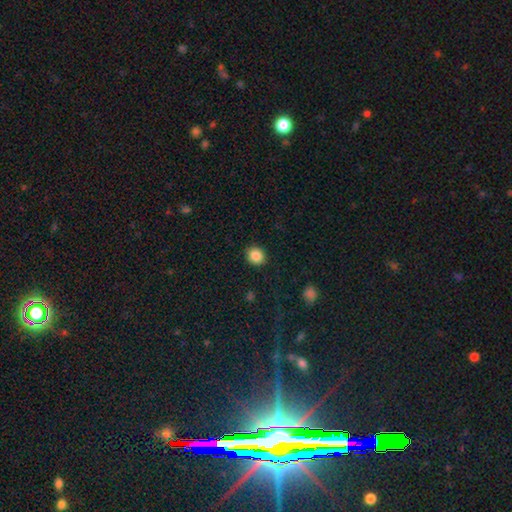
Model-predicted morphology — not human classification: Smooth or featured: smooth — 86% (star or artifact — 9%)
How rounded: round — 80% (in between — 19%)
Merging: none — 90% (minor disturbance — 7%)